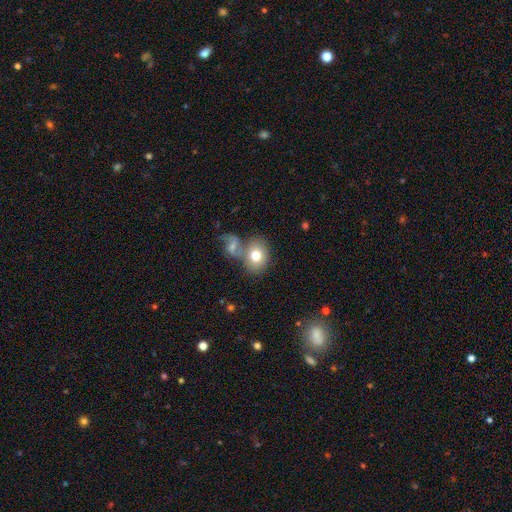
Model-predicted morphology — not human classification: Q: Smooth or featured?
A: smooth (74%); runner-up: featured or disk (18%)
Q: How rounded?
A: in between (57%); runner-up: round (42%)
Q: Merging?
A: none (45%); runner-up: merger (36%)